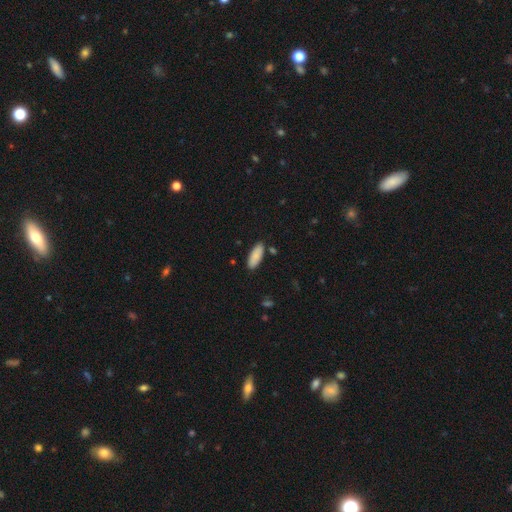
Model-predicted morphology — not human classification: This appears to be a smooth galaxy with no disk features (87%) that is in between round and cigar-shaped (78%). Merging: none (84%).